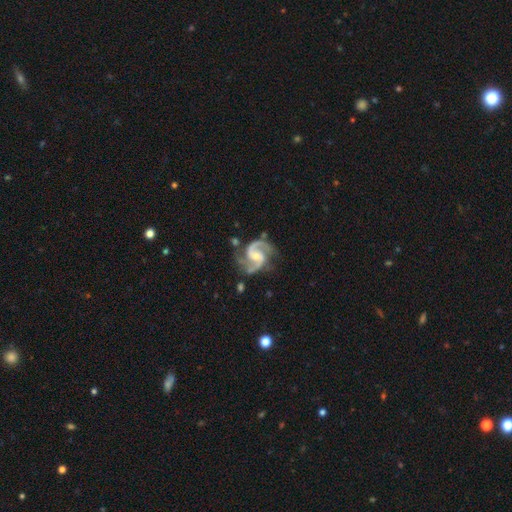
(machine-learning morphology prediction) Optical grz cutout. It shows a featured or disk galaxy (94%) with a weak bar (44%), 2 (91%) medium (66%) spiral arms (99%) and a small central bulge (52%). Merging: none (72%).